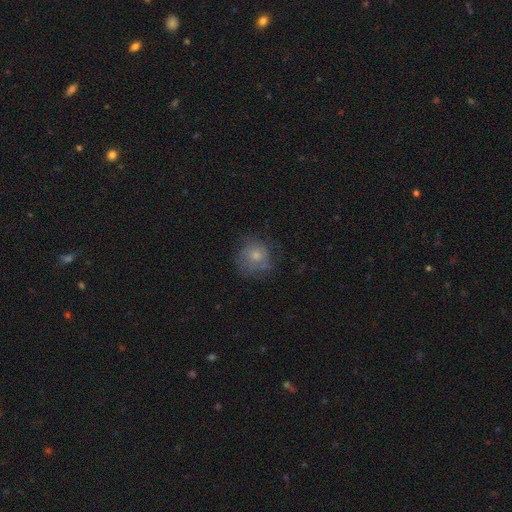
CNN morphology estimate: This is possibly a smooth galaxy (57%). How rounded: clearly round (85%). Merging: likely none (61%).